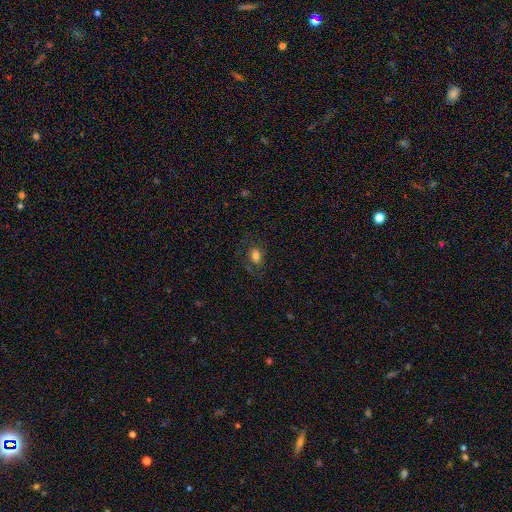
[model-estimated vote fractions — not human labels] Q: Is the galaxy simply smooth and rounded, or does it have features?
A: smooth — 70%.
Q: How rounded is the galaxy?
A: in between — 82%.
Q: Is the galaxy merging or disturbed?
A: none — 65%.